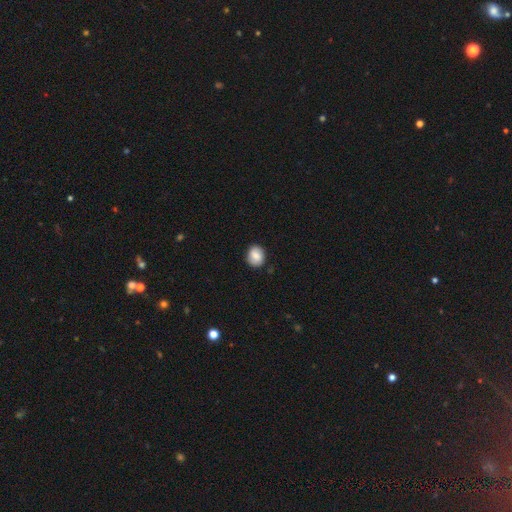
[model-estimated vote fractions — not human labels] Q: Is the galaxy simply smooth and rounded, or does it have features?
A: smooth — 79%.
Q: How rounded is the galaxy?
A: round — 66%.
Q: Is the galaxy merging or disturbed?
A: none — 85%.